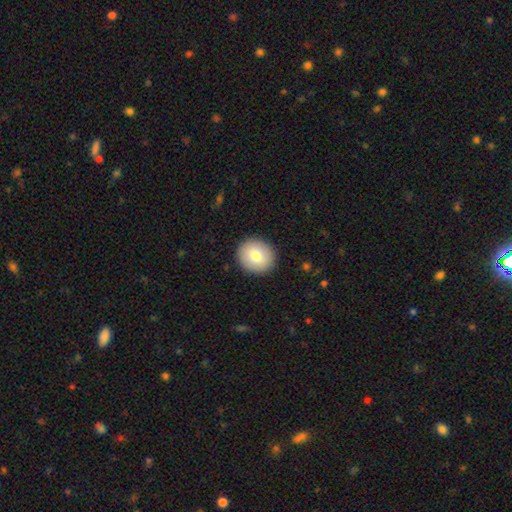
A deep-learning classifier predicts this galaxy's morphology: Overall: smooth (79%). How rounded: round (79%). Merging: none (90%).